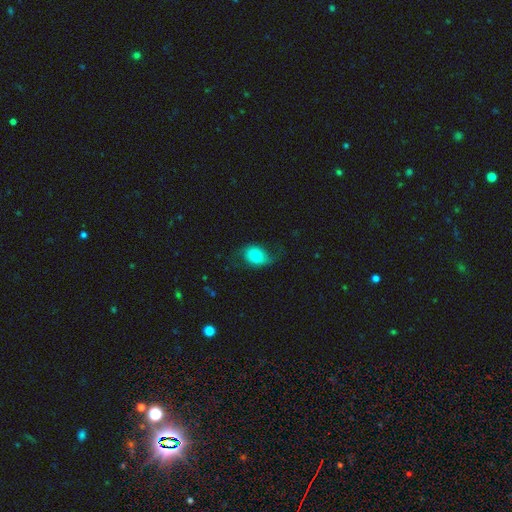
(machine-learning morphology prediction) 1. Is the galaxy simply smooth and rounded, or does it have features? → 69% smooth, 23% featured or disk, 8% star or artifact.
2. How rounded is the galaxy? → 68% in between, 31% round, 1% cigar-shaped.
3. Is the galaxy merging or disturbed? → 57% none, 27% minor disturbance, 14% major disturbance, 1% merger.